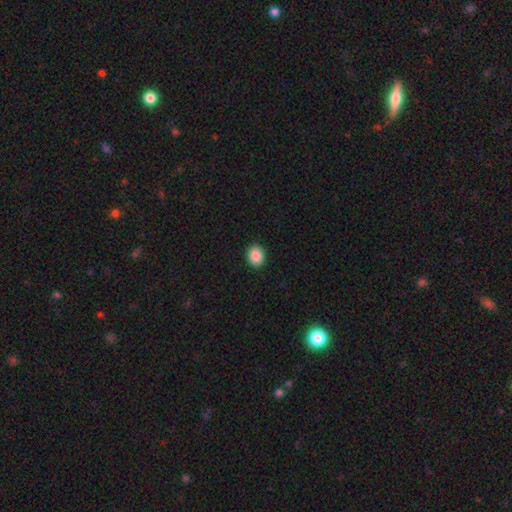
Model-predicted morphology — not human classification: A smooth galaxy with no disk features (87%) that is round (56%). Merging: none (92%).